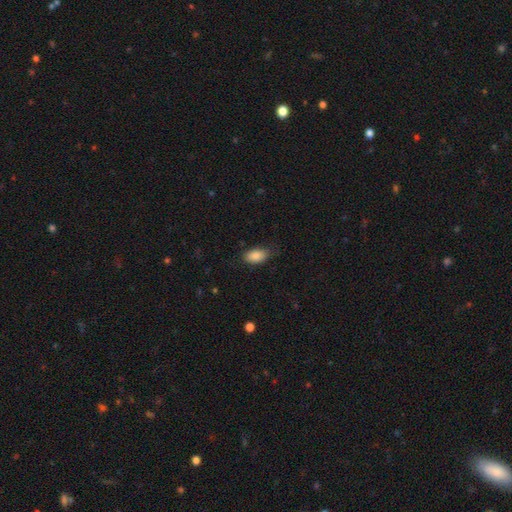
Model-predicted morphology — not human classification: Q: Smooth or featured?
A: smooth (87%); runner-up: star or artifact (8%)
Q: How rounded?
A: in between (92%); runner-up: round (6%)
Q: Merging?
A: none (73%); runner-up: minor disturbance (21%)